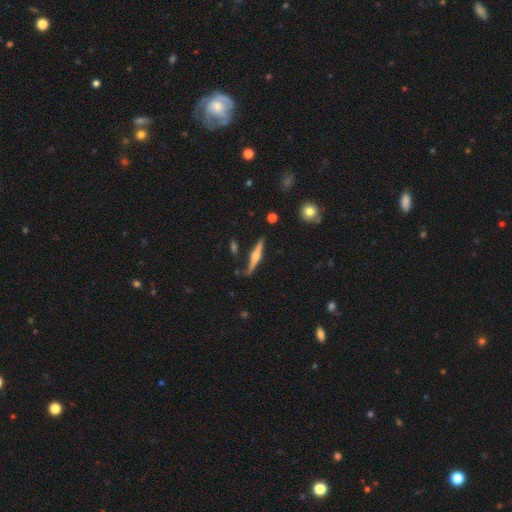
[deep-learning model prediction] This appears to be a featured or disk galaxy (69%) viewed edge-on (96%) with a rounded central bulge (84%). Merging: none (75%).